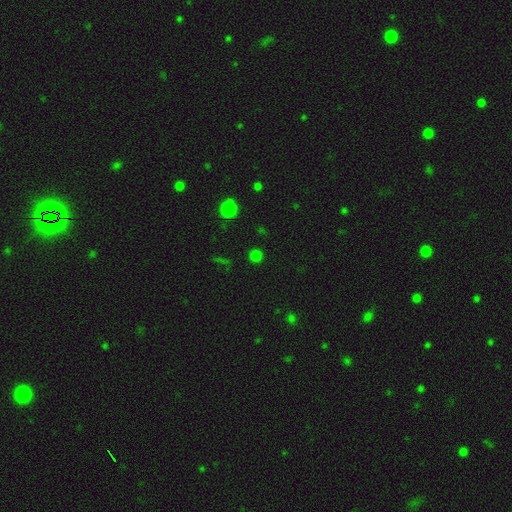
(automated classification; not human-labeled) Morphology: type=smooth (73%); roundness=round (94%); merging=none (89%).